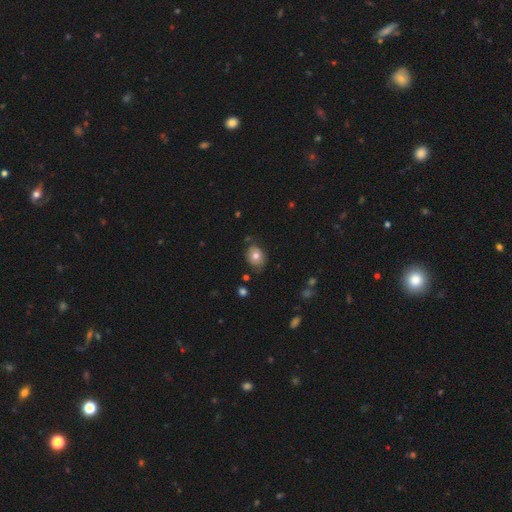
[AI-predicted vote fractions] This appears to be a smooth galaxy with no disk features (70%) that is in between round and cigar-shaped (56%). Merging: none (65%).